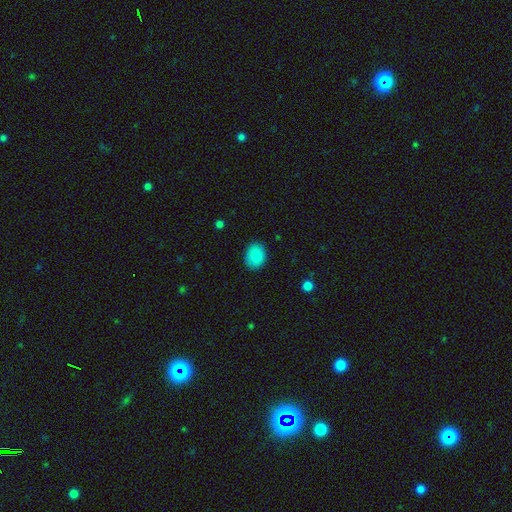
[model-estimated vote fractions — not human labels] smooth 88%, star or artifact 8%, featured or disk 4%. Down the decision tree: how rounded — in between (62%); merging — none (86%).